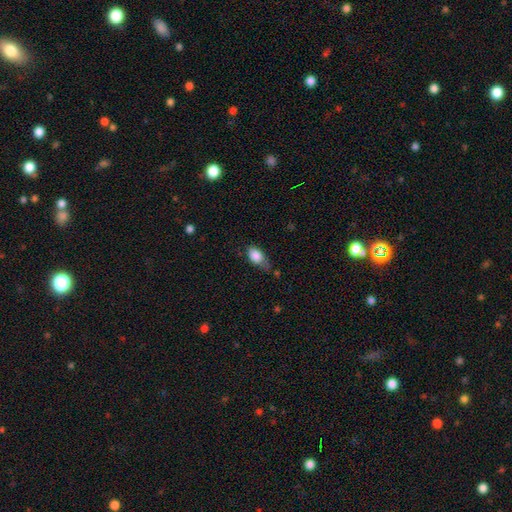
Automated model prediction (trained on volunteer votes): smooth 84%, featured or disk 8%, star or artifact 8%. Down the decision tree: how rounded — in between (85%); merging — minor disturbance (41%).